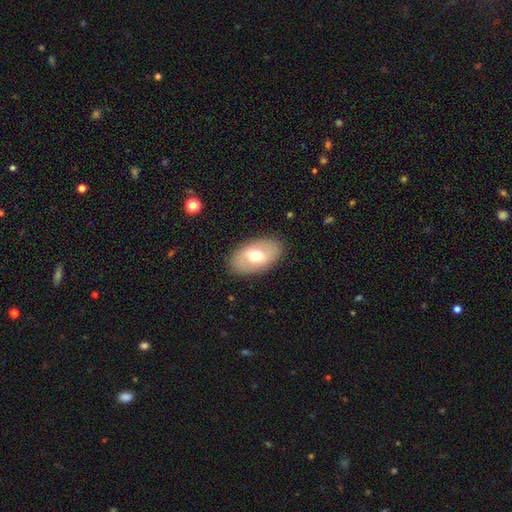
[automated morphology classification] smooth 58%, featured or disk 35%, star or artifact 6%. Down the decision tree: how rounded — in between (91%); merging — none (86%).